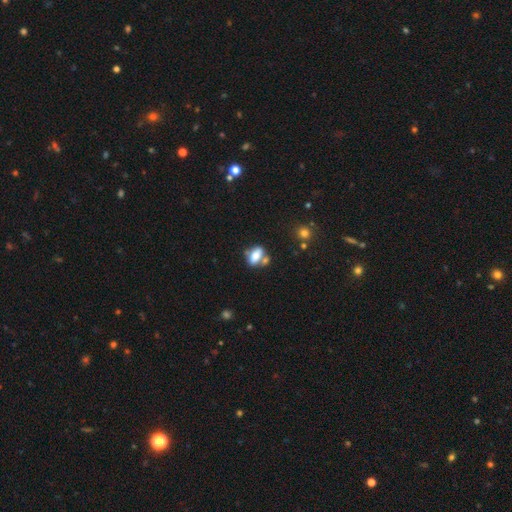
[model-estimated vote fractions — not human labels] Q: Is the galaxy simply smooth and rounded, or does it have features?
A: smooth — 71%.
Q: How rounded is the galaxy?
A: in between — 83%.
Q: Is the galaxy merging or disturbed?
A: none — 49%.